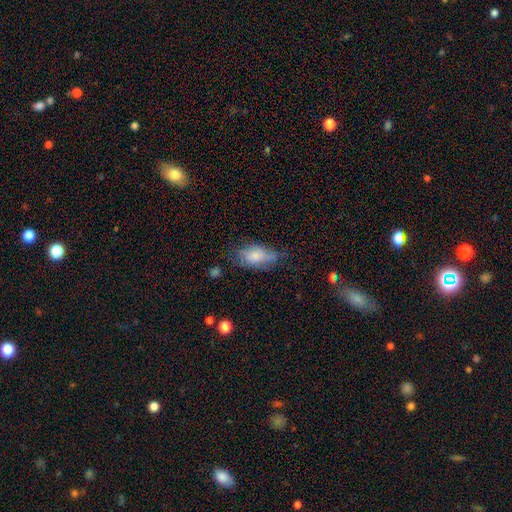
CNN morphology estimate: Smooth or featured?
  - smooth: 69% *
  - featured or disk: 23%
  - star or artifact: 8%
How rounded?
  - in between: 91% *
  - round: 5%
  - cigar-shaped: 4%
Merging?
  - none: 51% *
  - minor disturbance: 33%
  - major disturbance: 14%
  - merger: 3%